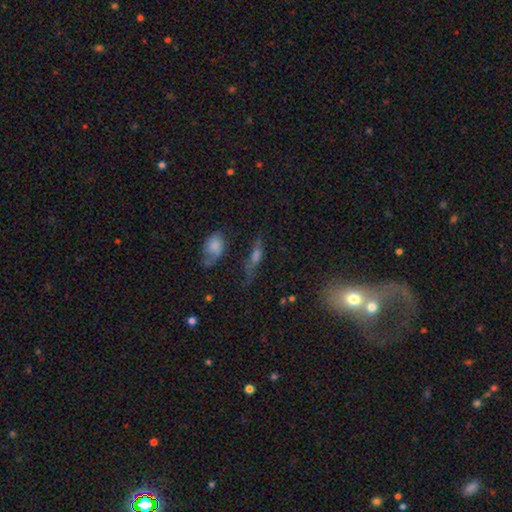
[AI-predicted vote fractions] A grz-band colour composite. It shows a smooth galaxy with no disk features (45%). Merging: none (60%).